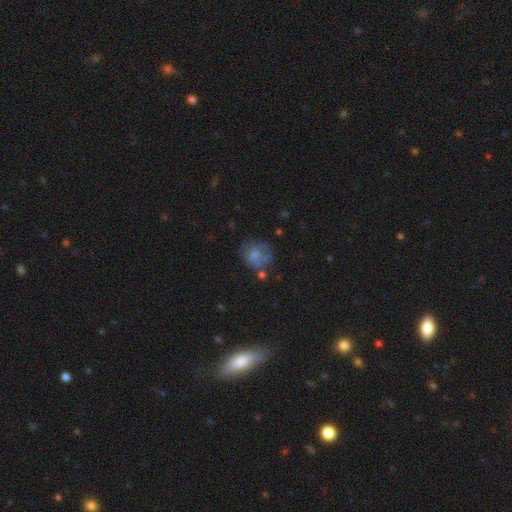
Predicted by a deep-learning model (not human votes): smooth-or-featured: smooth: 65% | featured or disk: 24% | star or artifact: 11%
  how-rounded: round: 68% | in between: 31% | cigar-shaped: 1%
  merging: none: 45% | minor disturbance: 24% | major disturbance: 21% | merger: 10%